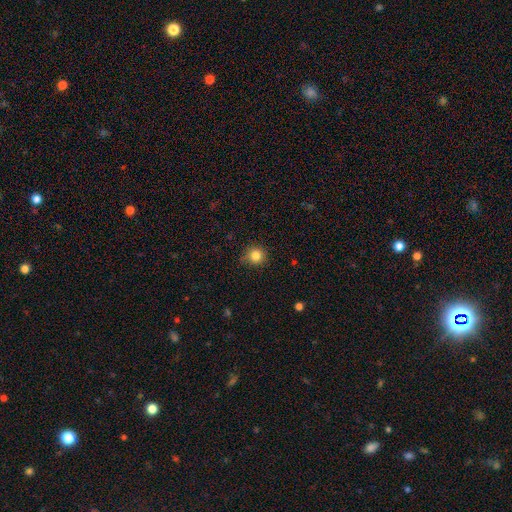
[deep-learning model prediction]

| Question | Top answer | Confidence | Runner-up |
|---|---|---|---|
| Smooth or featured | smooth | 84% | star or artifact (11%) |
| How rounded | round | 93% | in between (7%) |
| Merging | none | 82% | minor disturbance (14%) |